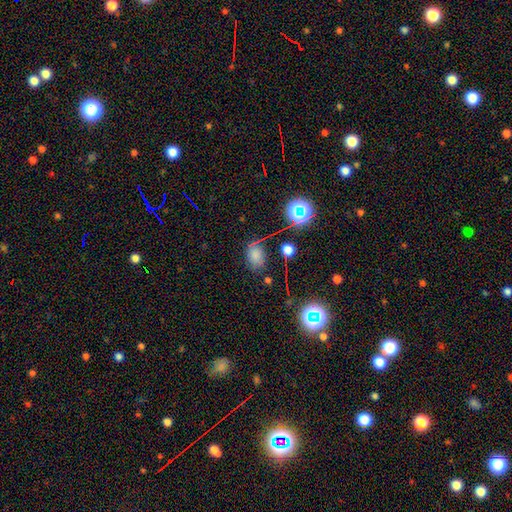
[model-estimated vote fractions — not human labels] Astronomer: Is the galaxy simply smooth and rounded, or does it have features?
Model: smooth — 65%.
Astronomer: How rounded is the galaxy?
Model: in between — 70%.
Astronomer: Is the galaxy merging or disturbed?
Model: none — 62%.